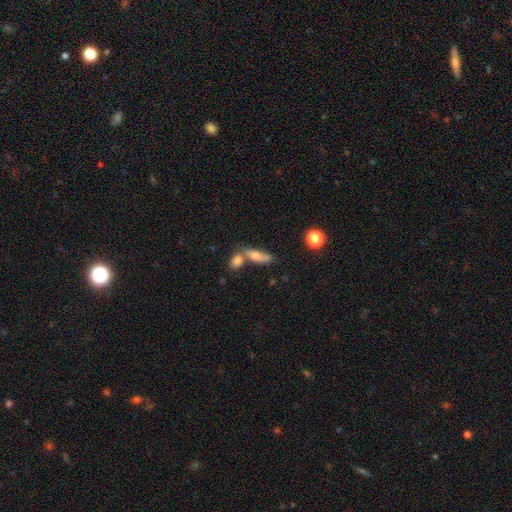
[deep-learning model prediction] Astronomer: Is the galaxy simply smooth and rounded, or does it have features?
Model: smooth — 60%.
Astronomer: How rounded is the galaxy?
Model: in between — 51% (runner-up: cigar-shaped, 39%).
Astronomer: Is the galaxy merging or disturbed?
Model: none — 43% (runner-up: merger, 41%).